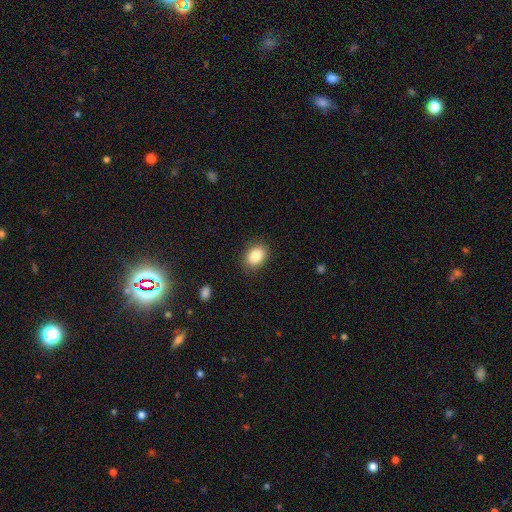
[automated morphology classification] type=smooth (86%); roundness=in between (77%); merging=none (87%).